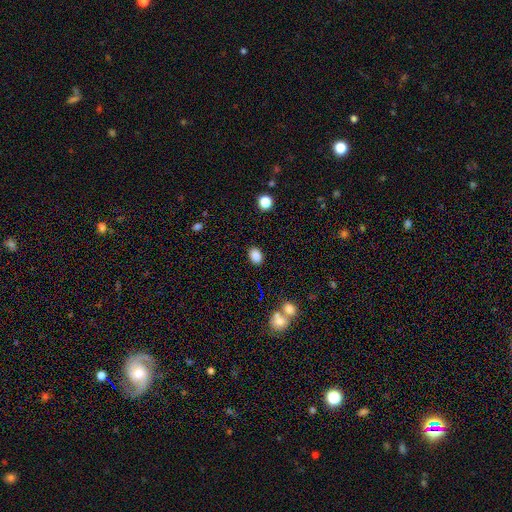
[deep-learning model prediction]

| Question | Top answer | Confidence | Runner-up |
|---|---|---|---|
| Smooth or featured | smooth | 86% | star or artifact (10%) |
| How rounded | in between | 75% | round (24%) |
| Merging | none | 86% | minor disturbance (9%) |